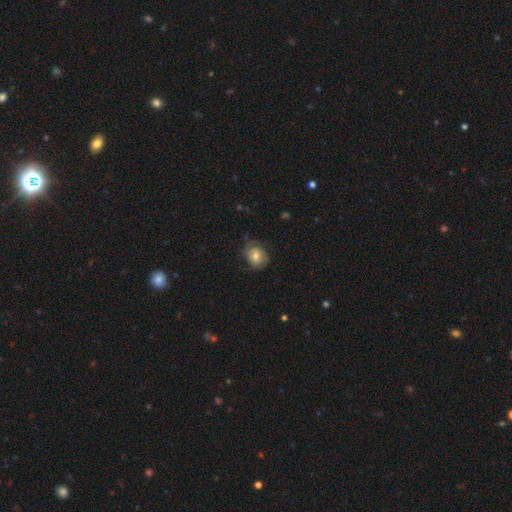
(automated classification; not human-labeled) smooth-or-featured: smooth: 51% | featured or disk: 41% | star or artifact: 8%
  how-rounded: round: 58% | in between: 41% | cigar-shaped: 1%
  merging: none: 61% | minor disturbance: 26% | major disturbance: 12% | merger: 1%